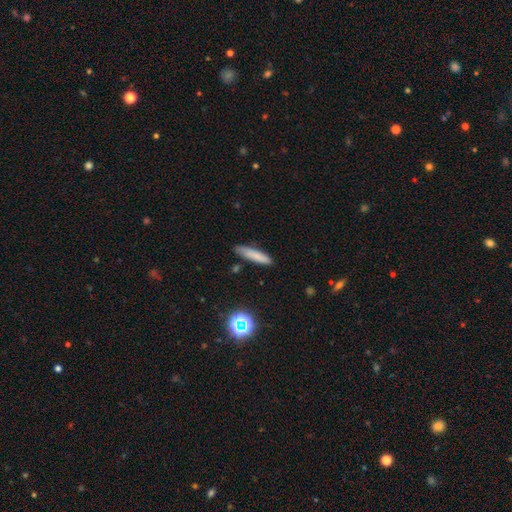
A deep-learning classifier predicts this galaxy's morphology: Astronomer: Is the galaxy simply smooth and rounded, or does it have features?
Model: smooth — 78%.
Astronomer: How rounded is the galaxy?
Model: cigar-shaped — 83%.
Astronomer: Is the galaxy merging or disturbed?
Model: none — 80%.